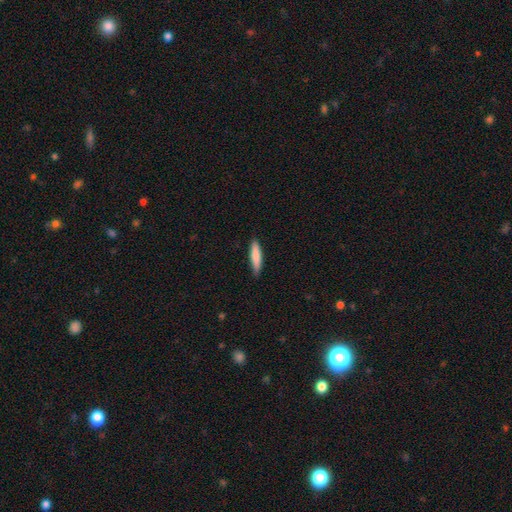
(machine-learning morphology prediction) A smooth galaxy with no disk features (81%) that is cigar-shaped (83%). Merging: none (85%).